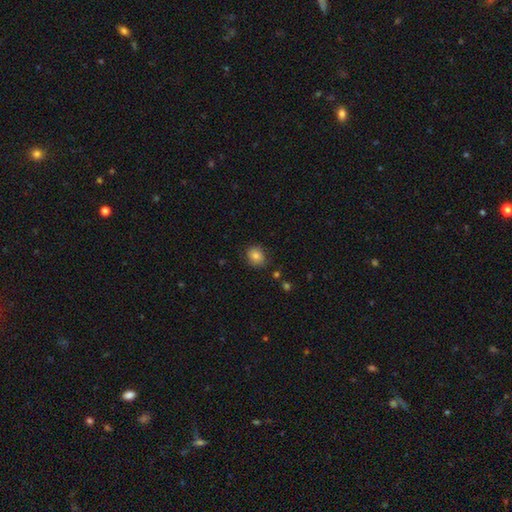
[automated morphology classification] Smooth or featured?
  - smooth: 83% *
  - star or artifact: 10%
  - featured or disk: 7%
How rounded?
  - round: 69% *
  - in between: 30%
  - cigar-shaped: 1%
Merging?
  - none: 83% *
  - minor disturbance: 12%
  - major disturbance: 3%
  - merger: 2%